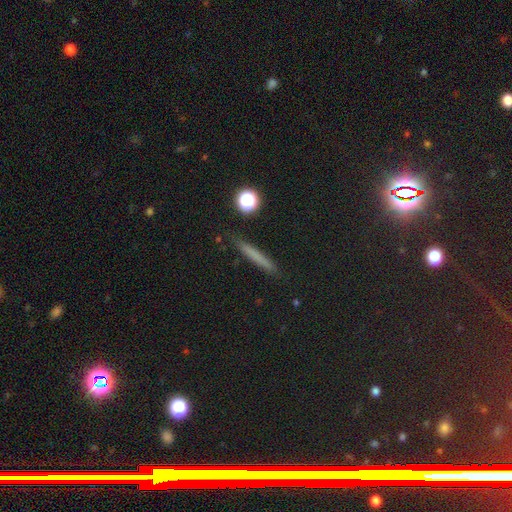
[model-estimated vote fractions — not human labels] smooth 65%, featured or disk 19%, star or artifact 16%. Down the decision tree: how rounded — cigar-shaped (92%); merging — none (89%).